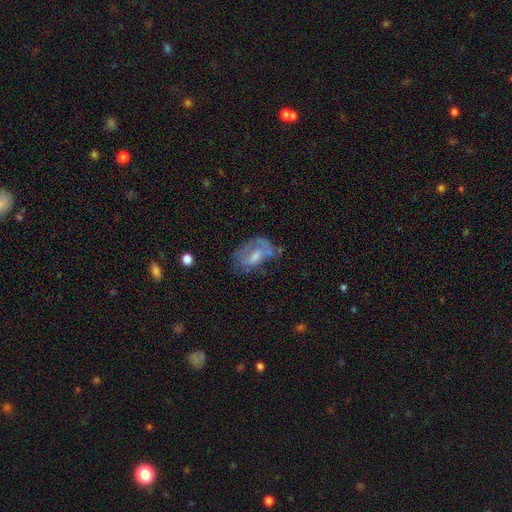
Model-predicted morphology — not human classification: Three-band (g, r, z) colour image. It shows a featured or disk galaxy (58%) with no bar (59%), no spiral arms (54%) and a moderate central bulge (49%). Merging: none (40%).